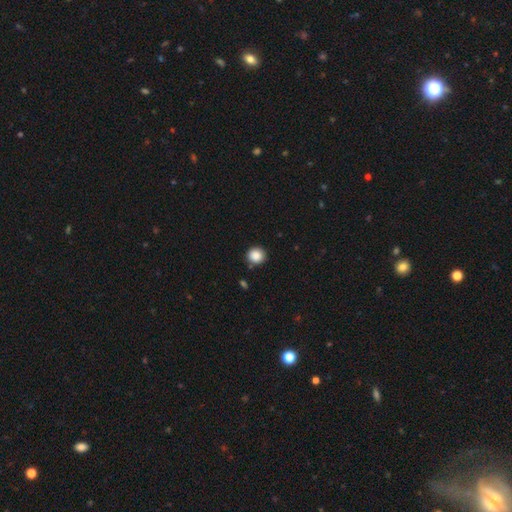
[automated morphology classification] Smooth or featured? Predicted: smooth (p=0.88). How rounded? Predicted: round (p=0.90). Merging? Predicted: none (p=0.85).